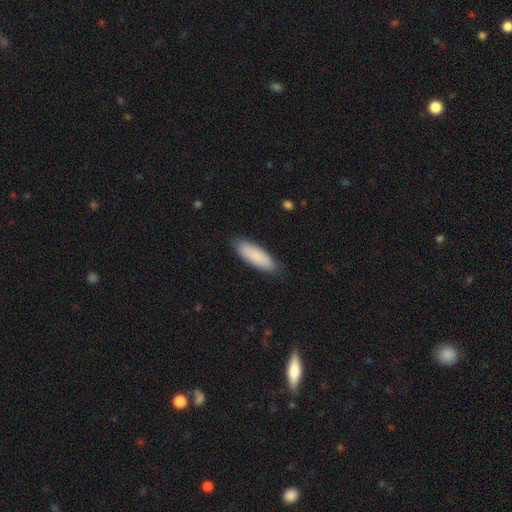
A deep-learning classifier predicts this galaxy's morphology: A smooth galaxy with no disk features (87%) that is in between round and cigar-shaped (57%). Merging: none (86%).